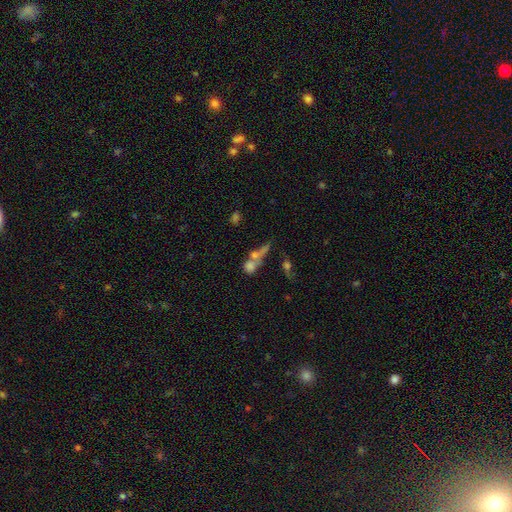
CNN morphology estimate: Smooth or featured? smooth (49%)
Merging? merger (45%)